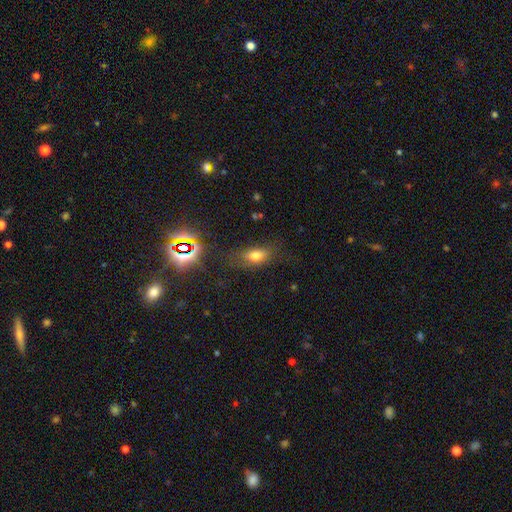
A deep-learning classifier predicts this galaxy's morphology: Smooth or featured? Predicted: smooth (p=0.68). How rounded? Predicted: in between (p=0.75). Merging? Predicted: none (p=0.66).